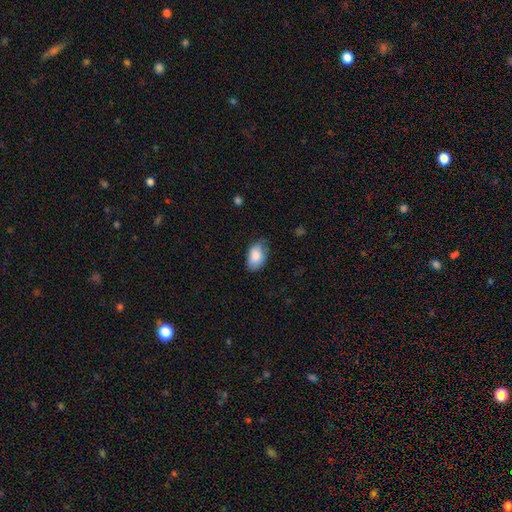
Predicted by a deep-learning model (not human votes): Morphology: type=smooth (85%); roundness=in between (90%); merging=none (67%).